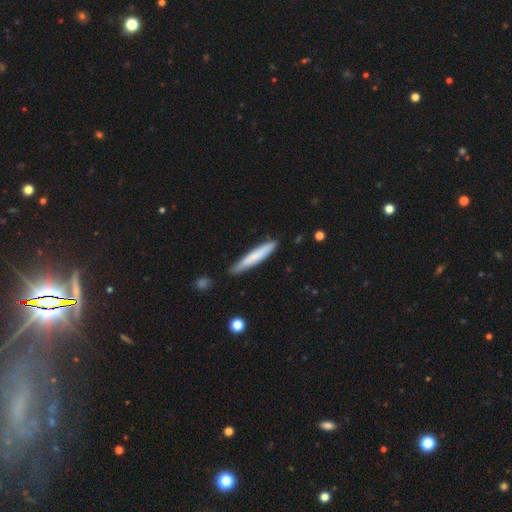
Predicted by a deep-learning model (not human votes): A smooth galaxy with no disk features (71%) that is cigar-shaped (93%).

Vote fractions:
- Smooth or featured? smooth: 71% / featured or disk: 23% / star or artifact: 6%
- How rounded? cigar-shaped: 93% / in between: 5% / round: 1%
- Merging? none: 85% / minor disturbance: 12% / major disturbance: 2% / merger: 2%